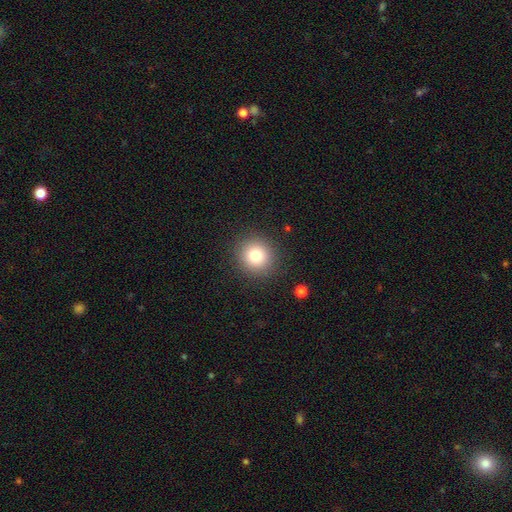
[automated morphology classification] Smooth or featured? smooth (80%)
How rounded? round (91%)
Merging? none (89%)